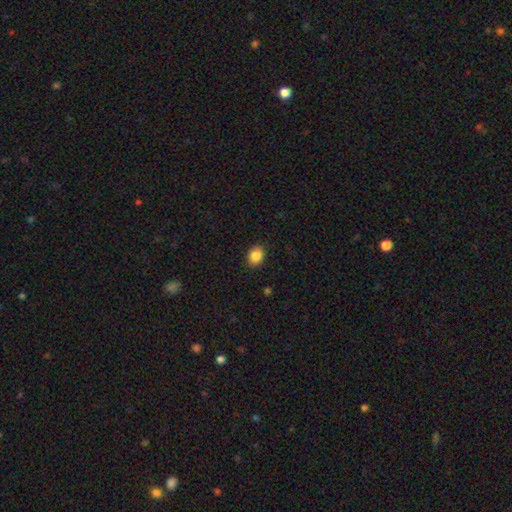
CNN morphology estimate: Q: Smooth or featured?
A: smooth (87%); runner-up: star or artifact (9%)
Q: How rounded?
A: in between (56%); runner-up: round (43%)
Q: Merging?
A: none (88%); runner-up: minor disturbance (9%)